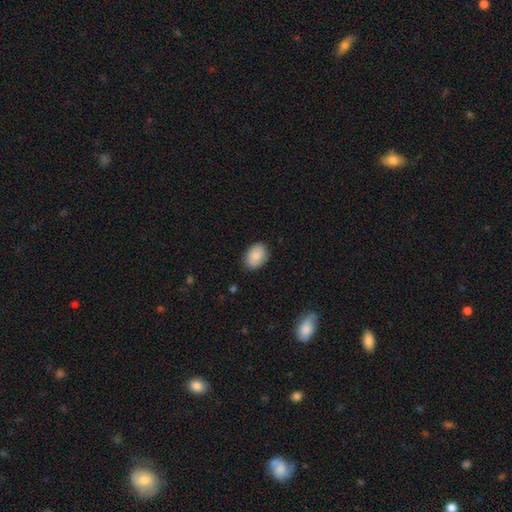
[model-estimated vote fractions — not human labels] Morphology: type=smooth (88%); roundness=in between (82%); merging=none (85%).